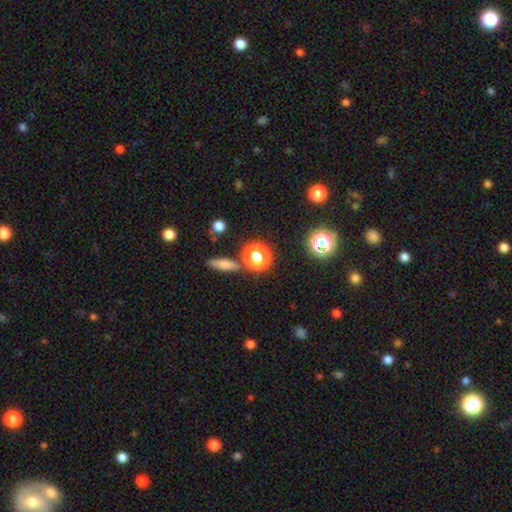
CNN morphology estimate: This appears to be a smooth galaxy with no disk features (73%) that is round (87%). Merging: none (78%).